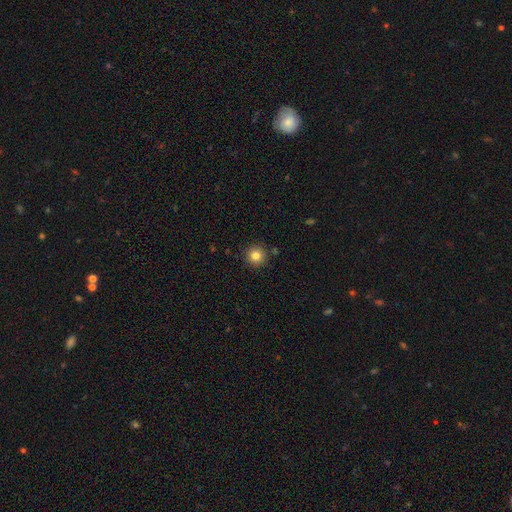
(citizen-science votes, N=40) Overall: smooth (88%). How rounded: round (100%). Merging: none (95%).